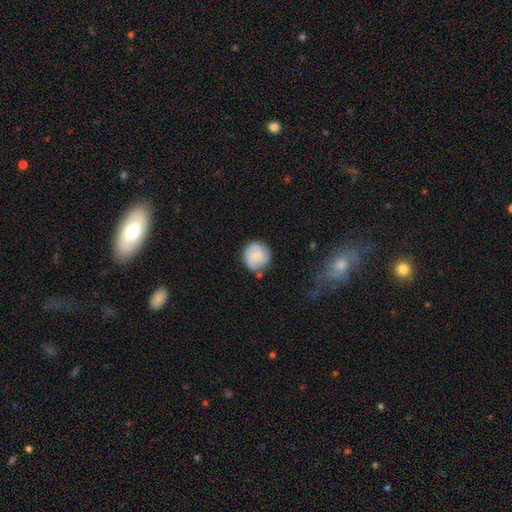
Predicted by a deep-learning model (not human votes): A smooth galaxy with no disk features (55%) that is round (87%).

Vote fractions:
- Smooth or featured? smooth: 55% / featured or disk: 38% / star or artifact: 7%
- How rounded? round: 87% / in between: 11% / cigar-shaped: 1%
- Merging? none: 71% / minor disturbance: 19% / merger: 5% / major disturbance: 5%